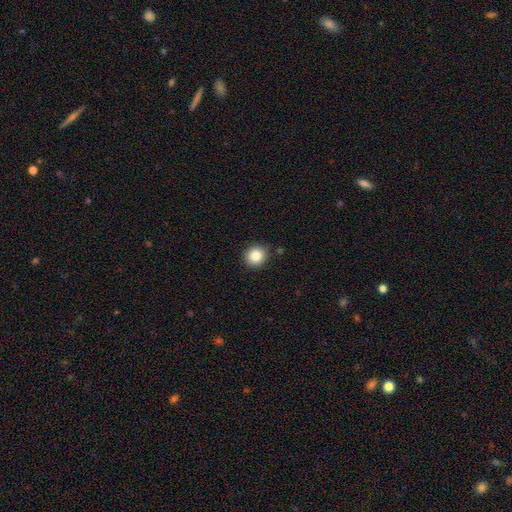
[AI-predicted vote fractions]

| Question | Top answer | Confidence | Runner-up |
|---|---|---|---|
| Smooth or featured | smooth | 85% | star or artifact (10%) |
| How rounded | round | 90% | in between (9%) |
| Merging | none | 89% | minor disturbance (7%) |